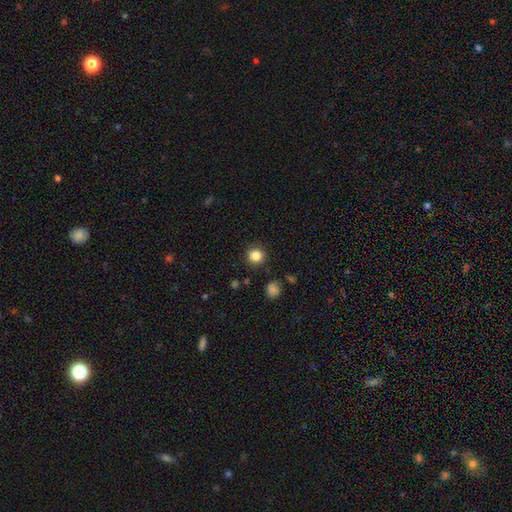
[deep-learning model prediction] smooth-or-featured: smooth: 85% | star or artifact: 11% | featured or disk: 4%
  how-rounded: round: 92% | in between: 7% | cigar-shaped: 1%
  merging: none: 89% | minor disturbance: 7% | major disturbance: 2% | merger: 2%